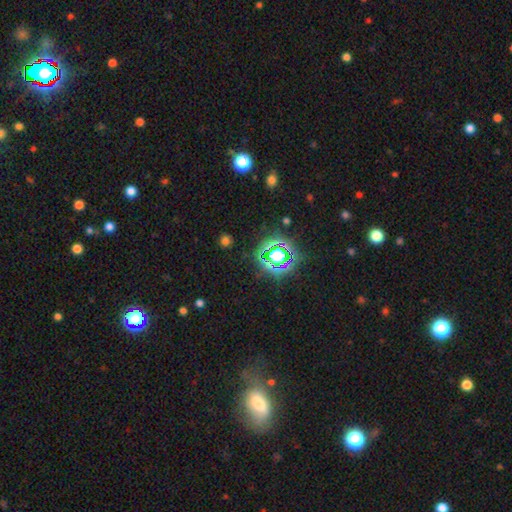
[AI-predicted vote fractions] star or artifact 75%, smooth 17%, featured or disk 9%.